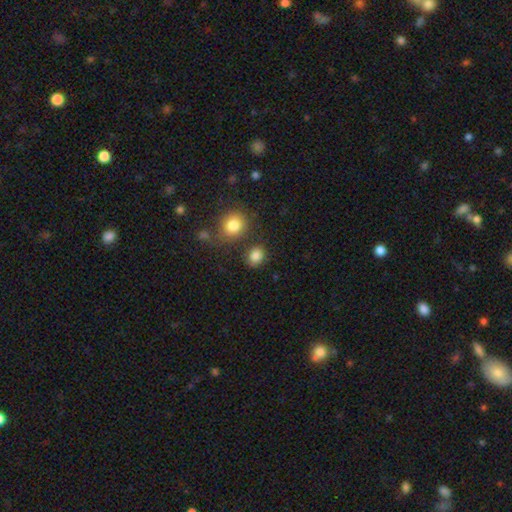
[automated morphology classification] smooth-or-featured: smooth: 84% | star or artifact: 11% | featured or disk: 5%
  how-rounded: round: 64% | in between: 35% | cigar-shaped: 1%
  merging: none: 78% | minor disturbance: 10% | merger: 9% | major disturbance: 4%